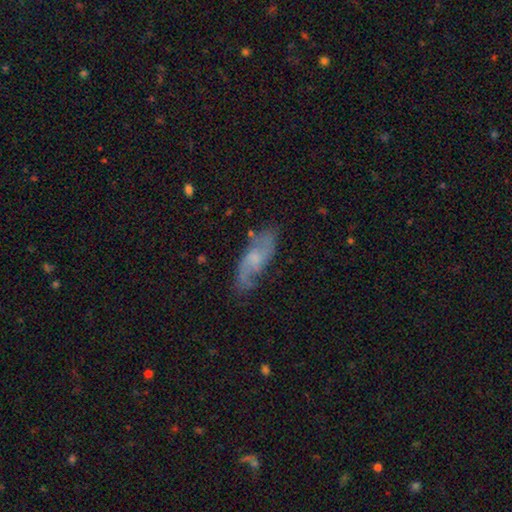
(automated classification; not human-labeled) smooth-or-featured: featured or disk: 67% | smooth: 25% | star or artifact: 8%
  disk-edge-on: no: 86% | yes: 14%
    bar: no: 56% | weak: 38% | strong: 6%
    has-spiral-arms: yes: 89% | no: 11%
      spiral-winding: loose: 46% | medium: 39% | tight: 14%
      spiral-arm-count: 2: 81% | can't tell: 12% | 1: 3% | 3: 2% | 4: 1% | more than 4: 1%
    bulge-size: small: 41% | moderate: 32% | none: 21% | large: 4% | dominant: 1%
  merging: none: 73% | minor disturbance: 19% | major disturbance: 6% | merger: 2%